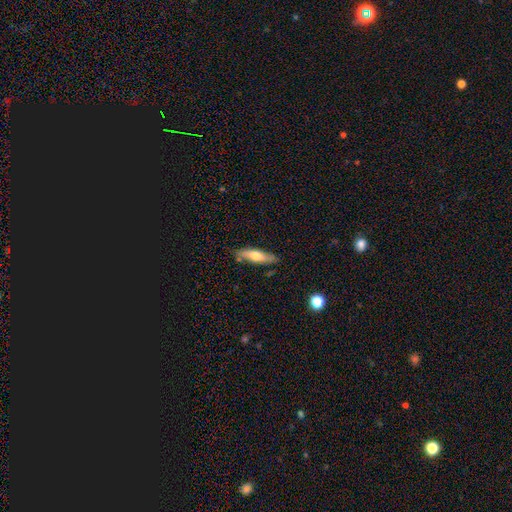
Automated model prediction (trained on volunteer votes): The model was most divided on "smooth or featured": smooth: 58%, featured or disk: 36%, star or artifact: 6%. More confident: merging — none (79%); how rounded — cigar-shaped (67%).